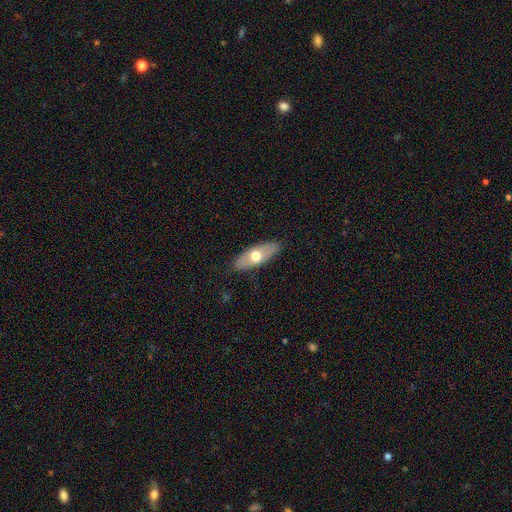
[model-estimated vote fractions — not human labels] A smooth galaxy with no disk features (55%) that is in between round and cigar-shaped (72%).

Vote fractions:
- Smooth or featured? smooth: 55% / featured or disk: 39% / star or artifact: 6%
- How rounded? in between: 72% / cigar-shaped: 25% / round: 3%
- Merging? none: 86% / minor disturbance: 10% / major disturbance: 2% / merger: 1%